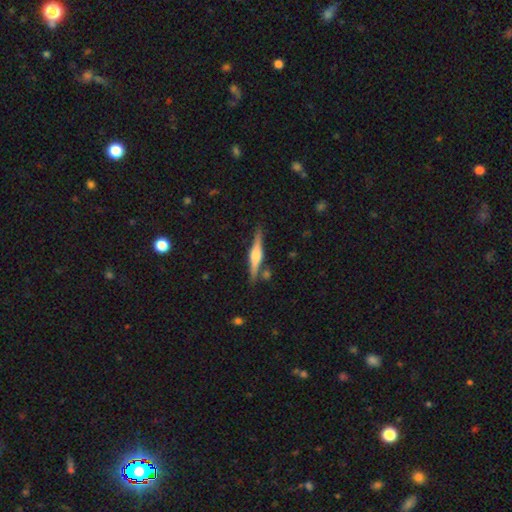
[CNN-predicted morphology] This is likely a featured or disk galaxy (72%). It is clearly viewed edge-on (98%). Edge-on bulge: likely rounded (79%). Merging: clearly none (84%).